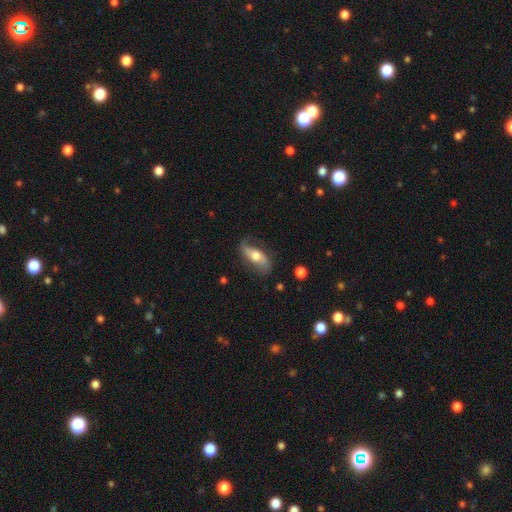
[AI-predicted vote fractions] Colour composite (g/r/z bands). It shows a featured or disk galaxy (68%) with no bar (51%), 2 (87%) loose (69%) spiral arms (88%) and a moderate central bulge (66%). Merging: none (68%).